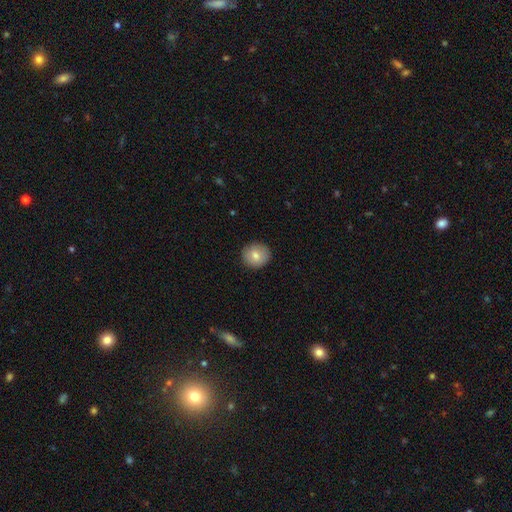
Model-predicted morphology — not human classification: Smooth or featured?
  - smooth: 79% *
  - featured or disk: 13%
  - star or artifact: 8%
How rounded?
  - round: 84% *
  - in between: 15%
  - cigar-shaped: 1%
Merging?
  - none: 89% *
  - minor disturbance: 8%
  - major disturbance: 2%
  - merger: 1%